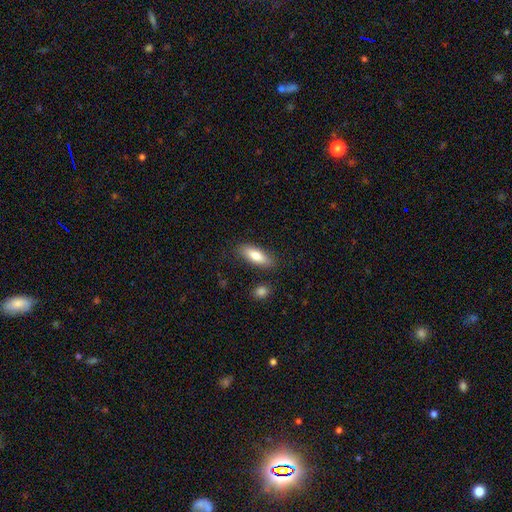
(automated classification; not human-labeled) Smooth or featured?
  - smooth: 79% *
  - featured or disk: 15%
  - star or artifact: 6%
How rounded?
  - in between: 64% *
  - cigar-shaped: 34%
  - round: 2%
Merging?
  - none: 83% *
  - minor disturbance: 11%
  - major disturbance: 3%
  - merger: 3%